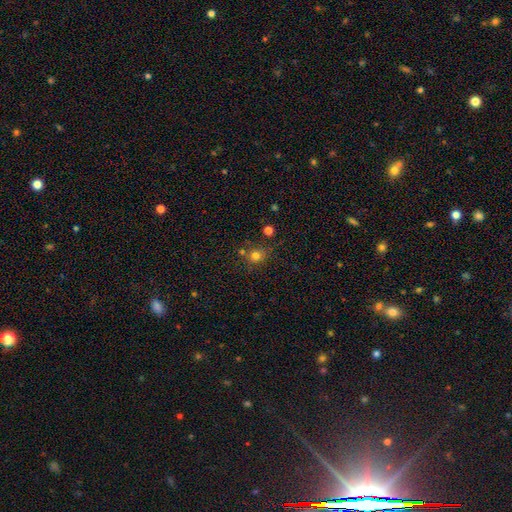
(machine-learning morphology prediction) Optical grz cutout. It shows a smooth galaxy with no disk features (75%) that is round (84%). Merging: none (69%).